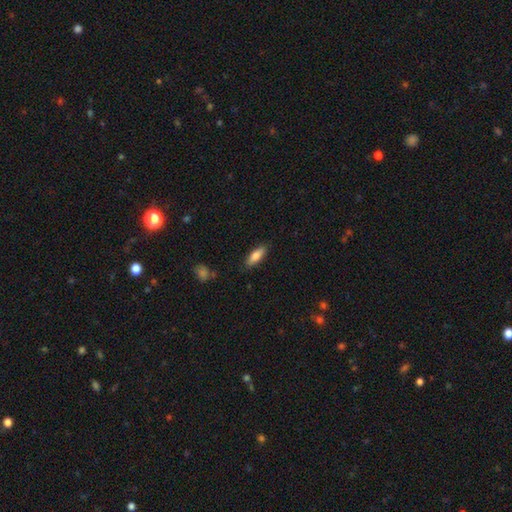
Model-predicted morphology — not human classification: type=smooth (79%); roundness=in between (63%); merging=none (85%).